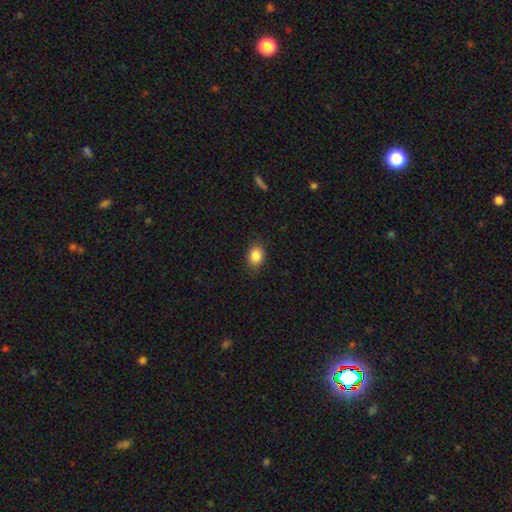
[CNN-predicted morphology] A smooth galaxy with no disk features (86%) that is in between round and cigar-shaped (68%). Merging: none (87%).